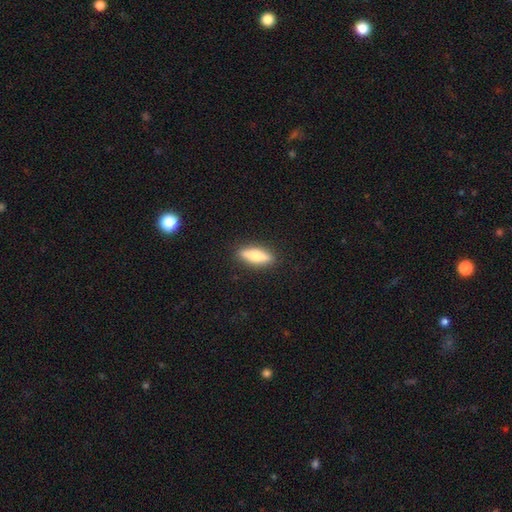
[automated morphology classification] smooth 64%, featured or disk 30%, star or artifact 6%. Down the decision tree: how rounded — cigar-shaped (54%); merging — none (89%).